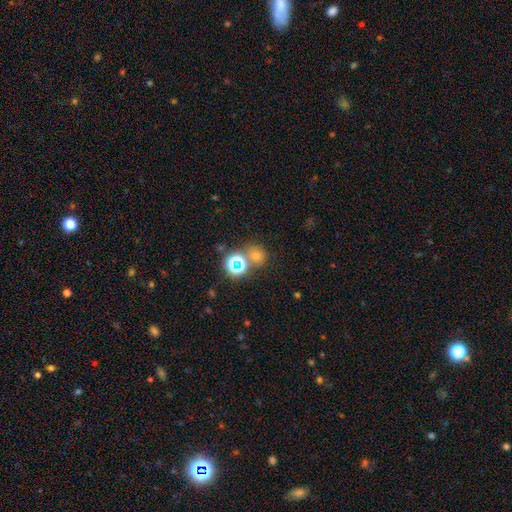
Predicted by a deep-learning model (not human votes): This is possibly a smooth galaxy (51%). How rounded: clearly round (85%). Merging: likely none (71%).